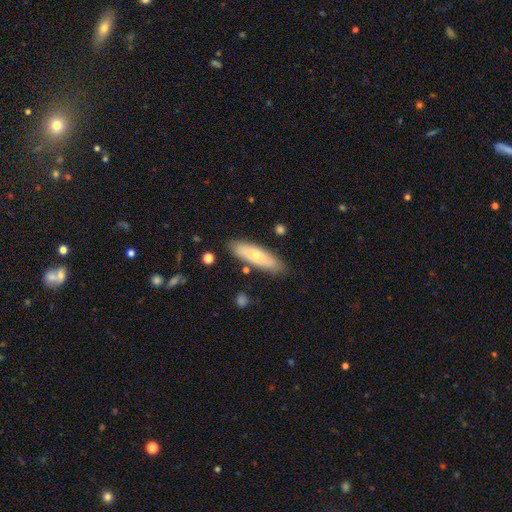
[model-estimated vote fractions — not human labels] Smooth or featured: smooth — 60% (featured or disk — 34%)
How rounded: cigar-shaped — 54% (in between — 44%)
Merging: none — 84% (minor disturbance — 12%)